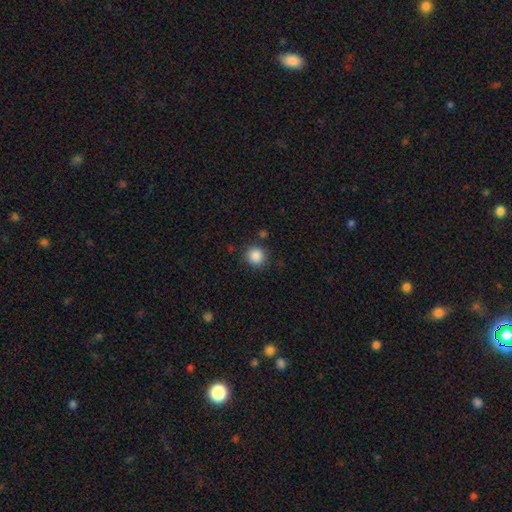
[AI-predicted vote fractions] smooth 87%, star or artifact 10%, featured or disk 3%. Down the decision tree: how rounded — round (92%); merging — none (86%).